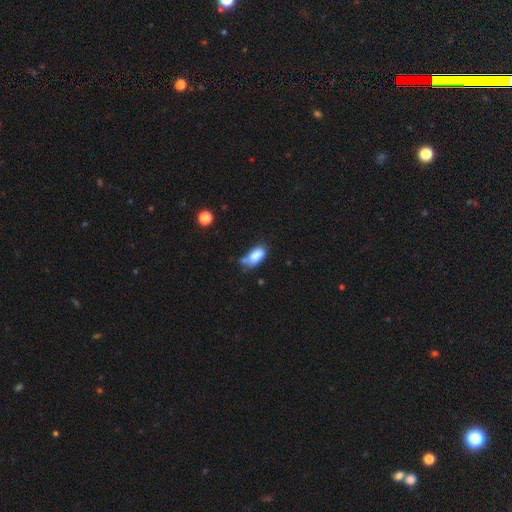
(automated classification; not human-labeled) Smooth or featured: smooth — 82% (featured or disk — 10%)
How rounded: in between — 90% (cigar-shaped — 7%)
Merging: none — 43% (minor disturbance — 32%)